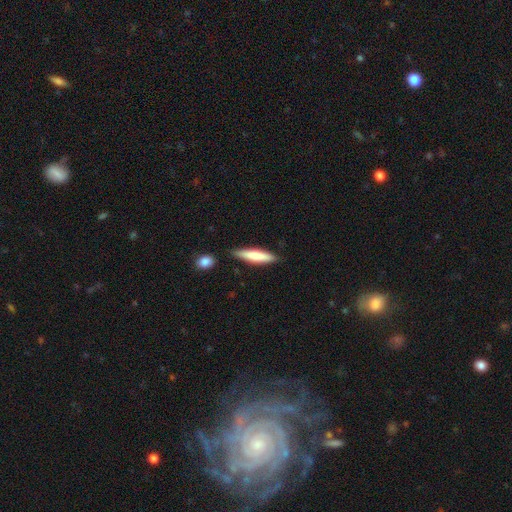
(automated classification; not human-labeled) Smooth or featured?
  - smooth: 74% *
  - featured or disk: 20%
  - star or artifact: 5%
How rounded?
  - cigar-shaped: 83% *
  - in between: 16%
  - round: 1%
Merging?
  - none: 83% *
  - minor disturbance: 11%
  - merger: 3%
  - major disturbance: 2%